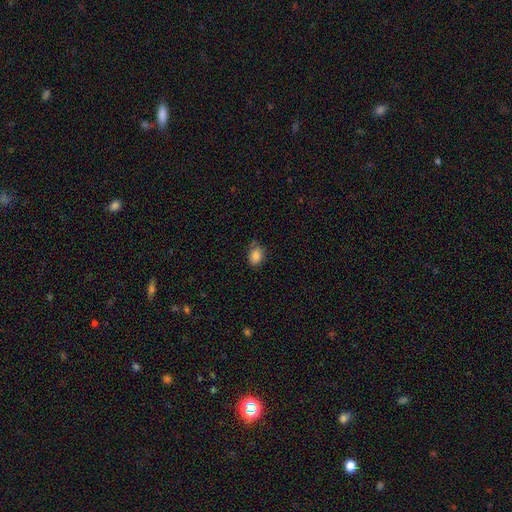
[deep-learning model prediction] The model was most divided on "how rounded": in between: 70%, round: 28%, cigar-shaped: 1%. More confident: smooth or featured — smooth (85%); merging — none (68%).